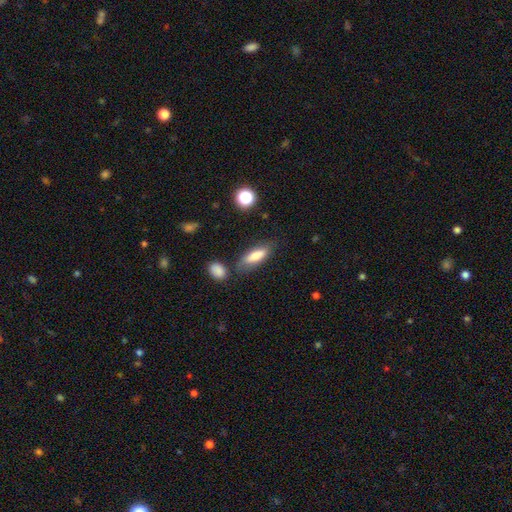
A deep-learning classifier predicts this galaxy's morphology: Smooth or featured: smooth — 77% (featured or disk — 15%)
How rounded: in between — 61% (cigar-shaped — 37%)
Merging: none — 69% (minor disturbance — 18%)